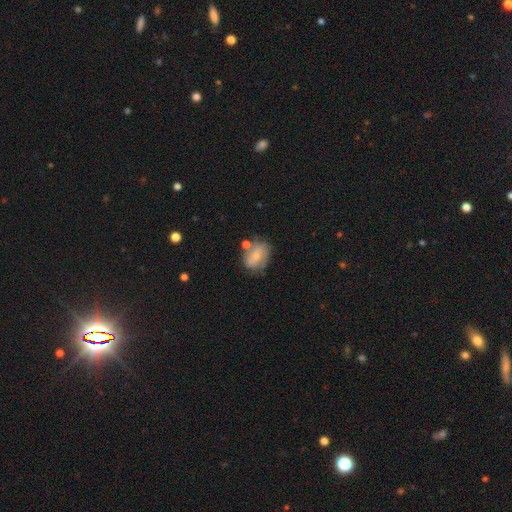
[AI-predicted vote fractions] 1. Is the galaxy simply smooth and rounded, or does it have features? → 64% smooth, 27% featured or disk, 9% star or artifact.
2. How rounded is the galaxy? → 67% in between, 32% round, 2% cigar-shaped.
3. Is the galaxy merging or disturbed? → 56% none, 23% minor disturbance, 14% merger, 7% major disturbance.